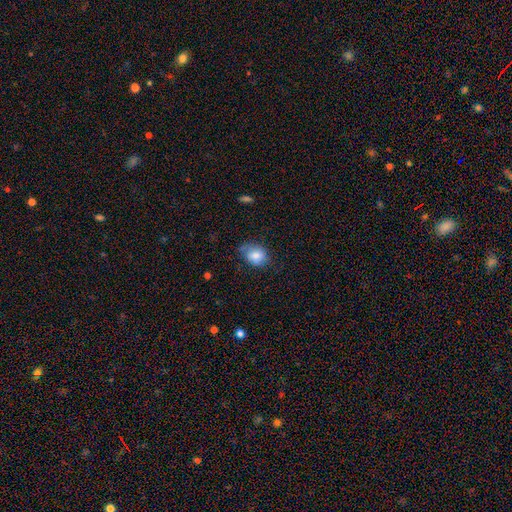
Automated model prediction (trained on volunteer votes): Smooth or featured: smooth — 75% (featured or disk — 16%)
How rounded: in between — 57% (round — 42%)
Merging: none — 55% (minor disturbance — 32%)